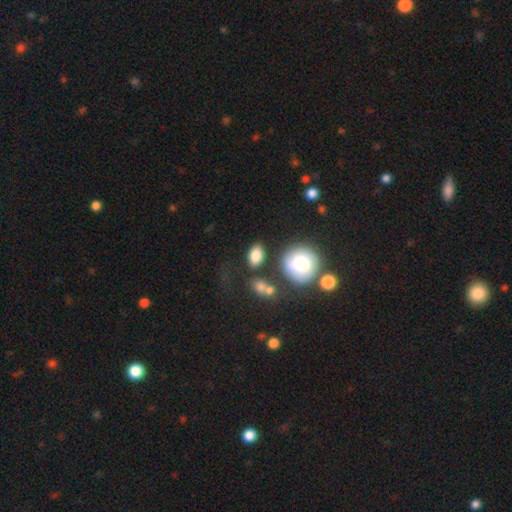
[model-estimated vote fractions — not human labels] Smooth or featured: smooth — 83% (star or artifact — 9%)
How rounded: in between — 80% (round — 17%)
Merging: none — 73% (minor disturbance — 14%)